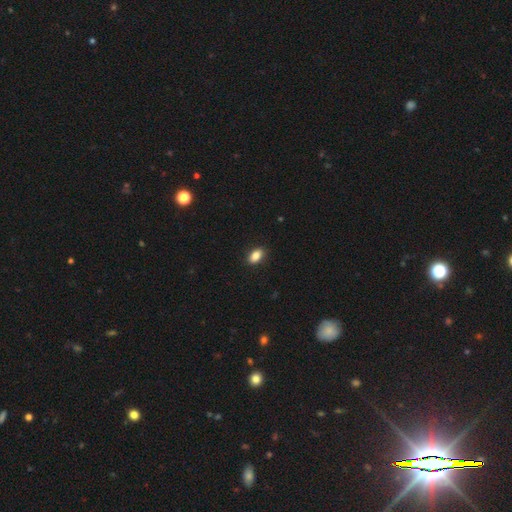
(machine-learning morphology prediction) Smooth or featured? smooth (86%)
How rounded? in between (89%)
Merging? none (89%)